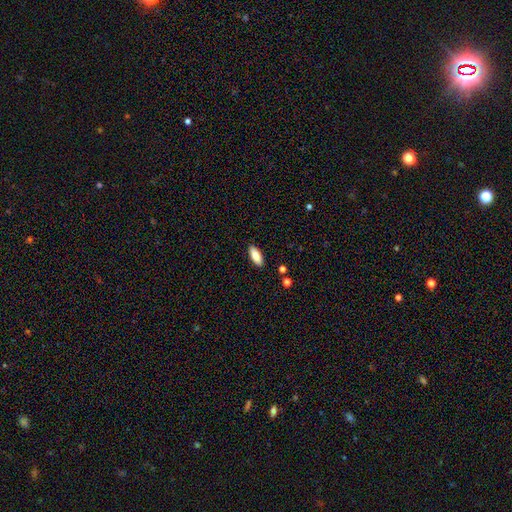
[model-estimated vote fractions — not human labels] A smooth galaxy with no disk features (83%) that is in between round and cigar-shaped (79%). Merging: none (89%).